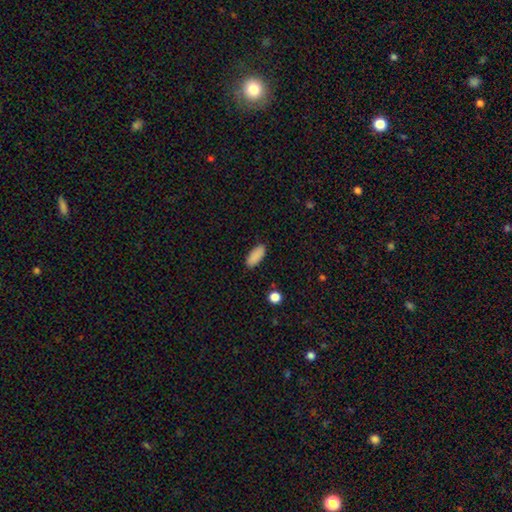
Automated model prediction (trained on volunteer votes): smooth_or_featured: smooth (p=0.89) [alt: star or artifact p=0.08]
how_rounded: in between (p=0.80) [alt: cigar-shaped p=0.18]
merging: none (p=0.87) [alt: minor disturbance p=0.09]